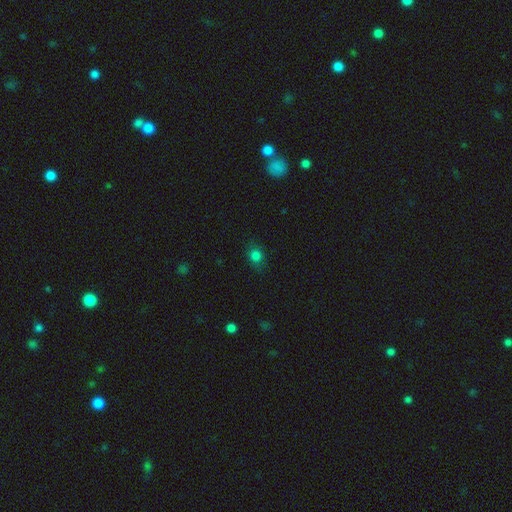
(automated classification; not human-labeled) smooth 78%, star or artifact 16%, featured or disk 6%. Down the decision tree: how rounded — round (67%); merging — none (81%).